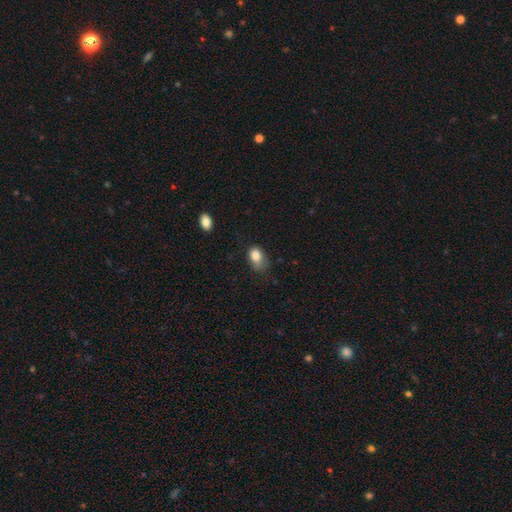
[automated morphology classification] Smooth or featured? smooth (82%)
How rounded? in between (73%)
Merging? none (41%)